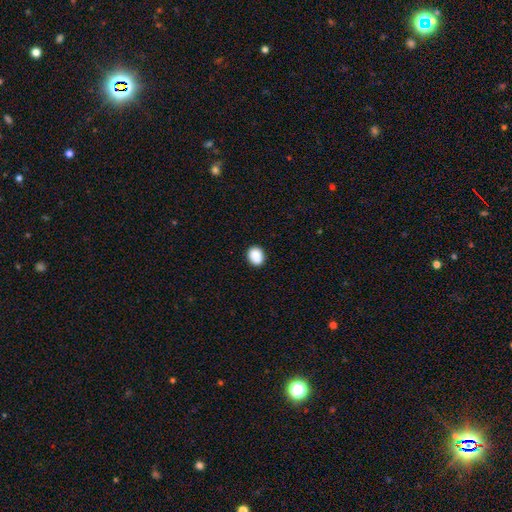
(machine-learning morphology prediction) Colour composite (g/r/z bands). It shows a smooth galaxy with no disk features (88%) that is round (57%). Merging: none (84%).